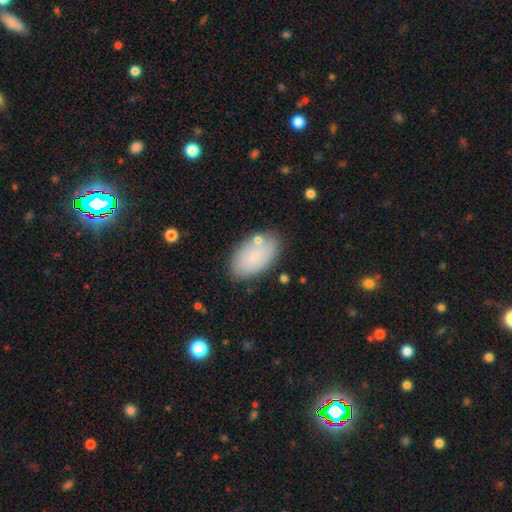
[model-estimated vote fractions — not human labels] Morphology: type=smooth (76%); roundness=in between (94%); merging=none (77%).